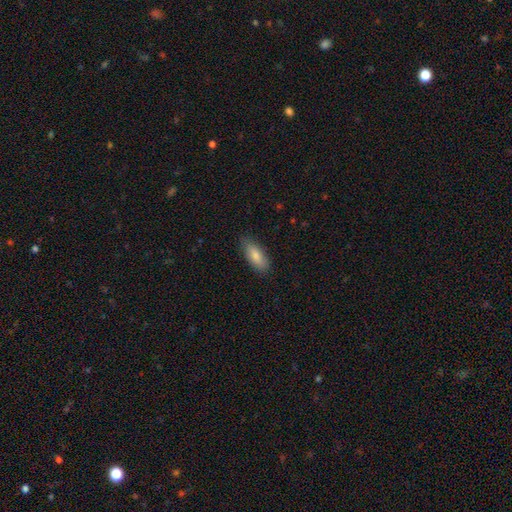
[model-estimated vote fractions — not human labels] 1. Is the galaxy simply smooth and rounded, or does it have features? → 84% smooth, 10% featured or disk, 6% star or artifact.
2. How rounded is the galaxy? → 79% in between, 19% cigar-shaped, 2% round.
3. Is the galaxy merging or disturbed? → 82% none, 14% minor disturbance, 3% major disturbance, 1% merger.